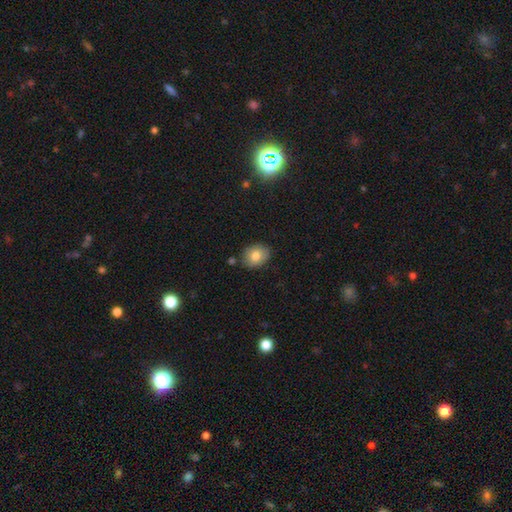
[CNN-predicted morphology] Overall: smooth (80%). How rounded: in between (59%; round 40%). Merging: none (82%).